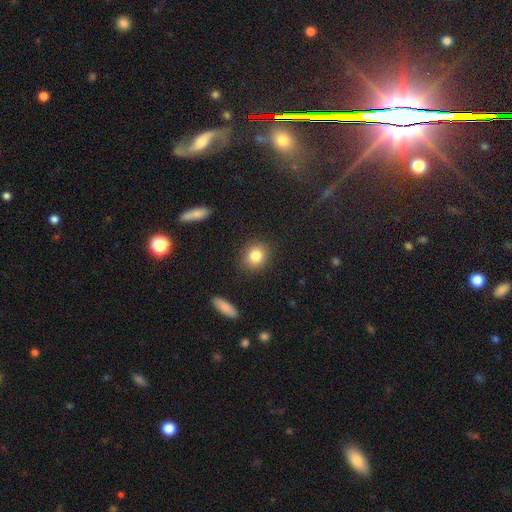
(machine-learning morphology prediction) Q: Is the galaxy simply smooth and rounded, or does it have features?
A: smooth — 83%.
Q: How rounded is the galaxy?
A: round — 74%.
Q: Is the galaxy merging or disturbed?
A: none — 88%.